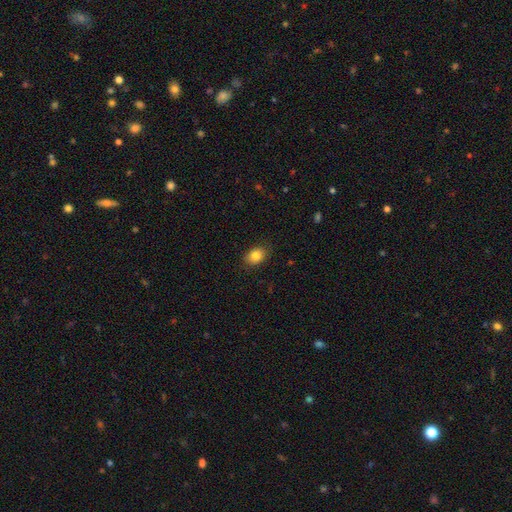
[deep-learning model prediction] Smooth or featured? Predicted: smooth (p=0.84). How rounded? Predicted: in between (p=0.70). Merging? Predicted: none (p=0.86).